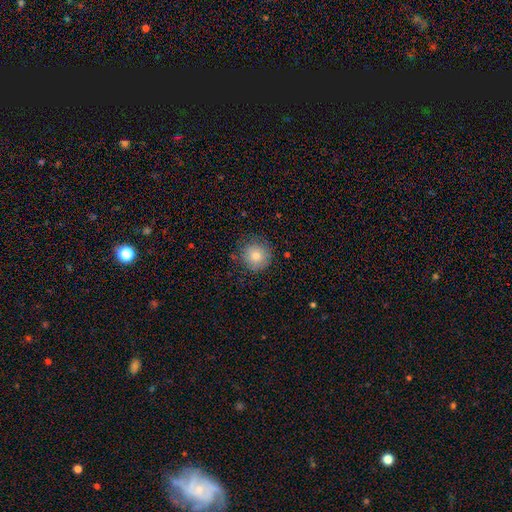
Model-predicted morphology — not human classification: Smooth or featured? Predicted: smooth (p=0.77). How rounded? Predicted: round (p=0.94). Merging? Predicted: none (p=0.79).